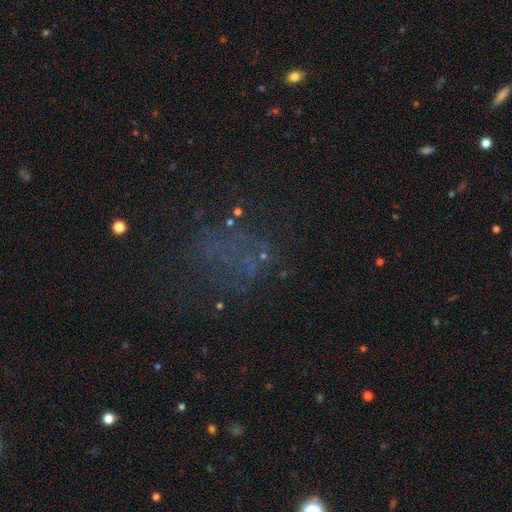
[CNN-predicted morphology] smooth_or_featured: star or artifact (p=0.43) [alt: featured or disk p=0.31]